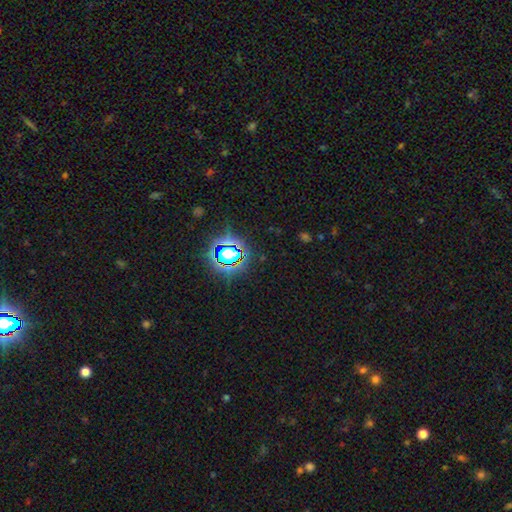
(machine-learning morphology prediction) Smooth or featured? Predicted: star or artifact (p=0.77).